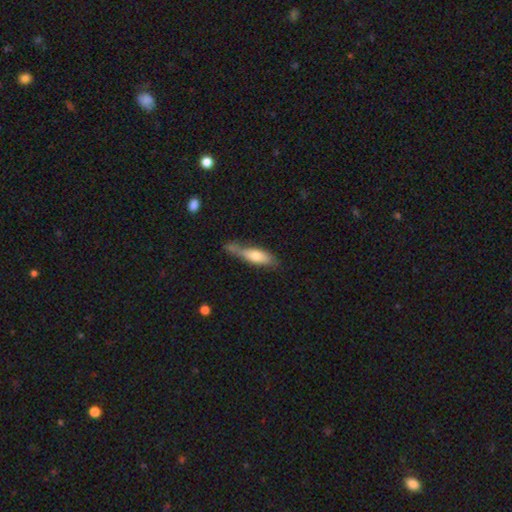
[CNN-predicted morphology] Smooth or featured?
  - smooth: 64% *
  - featured or disk: 29%
  - star or artifact: 6%
How rounded?
  - cigar-shaped: 59% *
  - in between: 39%
  - round: 2%
Merging?
  - none: 43% *
  - minor disturbance: 29%
  - merger: 15%
  - major disturbance: 13%